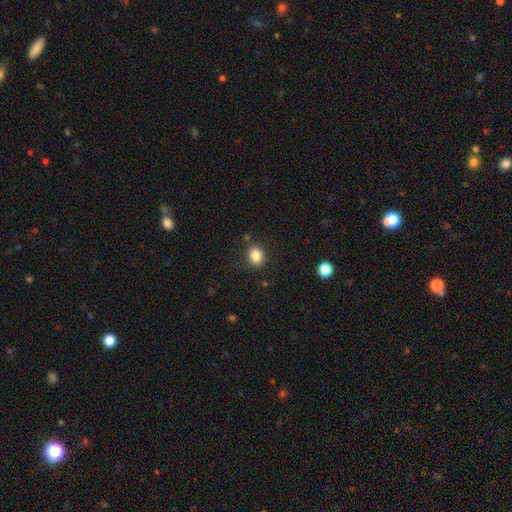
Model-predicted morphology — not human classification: A smooth galaxy with no disk features (85%) that is round (59%). Merging: none (86%).